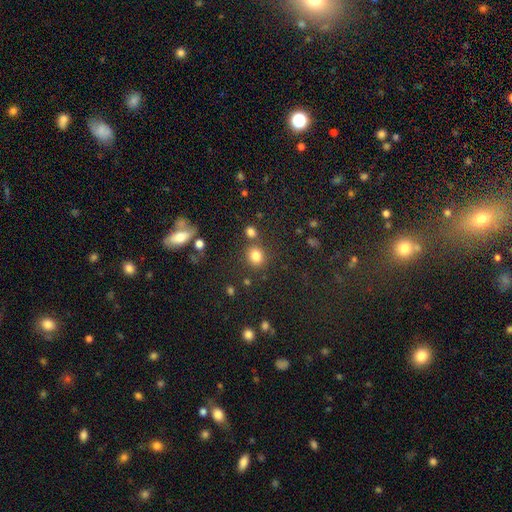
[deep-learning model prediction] This appears to be a smooth galaxy with no disk features (80%) that is round (73%). Merging: none (72%).